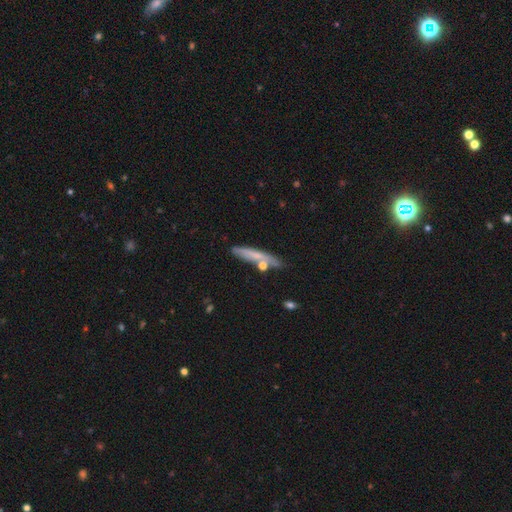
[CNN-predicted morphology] Smooth or featured: smooth — 62% (featured or disk — 30%)
How rounded: cigar-shaped — 90% (in between — 8%)
Merging: none — 75% (minor disturbance — 15%)